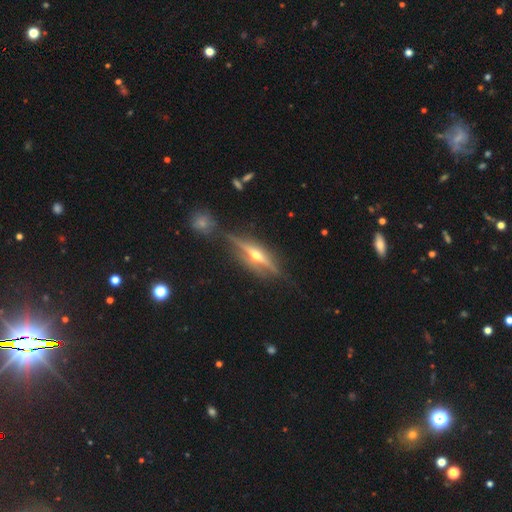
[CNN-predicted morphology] Smooth or featured? Predicted: featured or disk (p=0.77). Edge-on disk? Predicted: yes (p=0.94). Edge-on bulge? Predicted: rounded (p=0.94). Merging? Predicted: none (p=0.80).